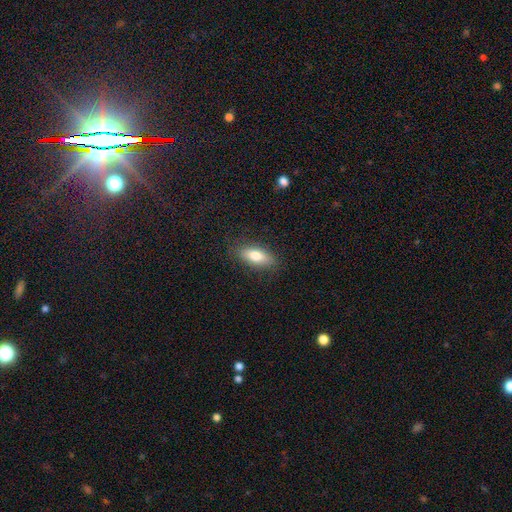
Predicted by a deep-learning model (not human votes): smooth 77%, featured or disk 16%, star or artifact 7%. Down the decision tree: how rounded — in between (78%); merging — none (85%).